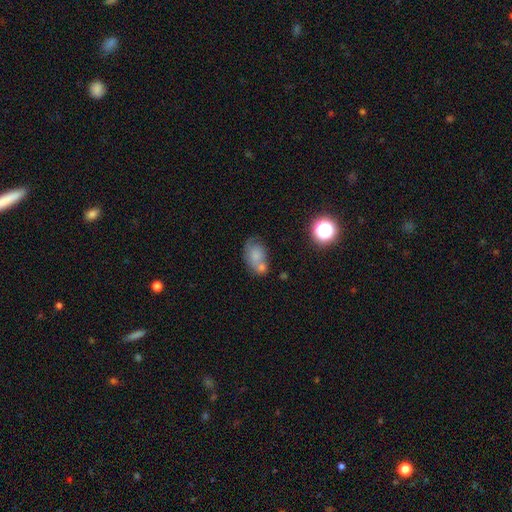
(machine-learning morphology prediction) A smooth galaxy with no disk features (67%) that is in between round and cigar-shaped (77%).

Vote fractions:
- Smooth or featured? smooth: 67% / featured or disk: 21% / star or artifact: 12%
- How rounded? in between: 77% / round: 22% / cigar-shaped: 2%
- Merging? merger: 38% / none: 33% / minor disturbance: 19% / major disturbance: 10%